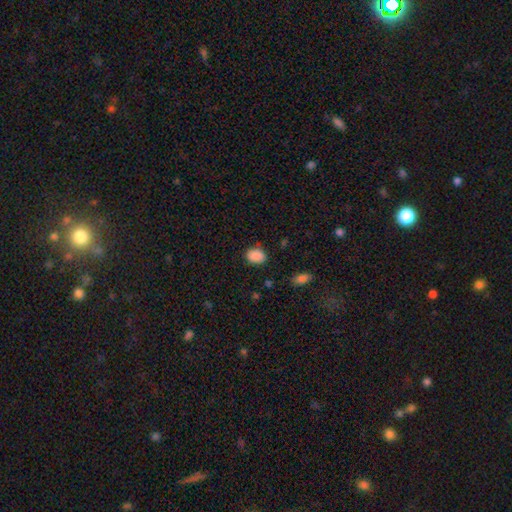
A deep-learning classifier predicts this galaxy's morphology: Overall: smooth (88%). How rounded: in between (65%; round 34%). Merging: none (81%).